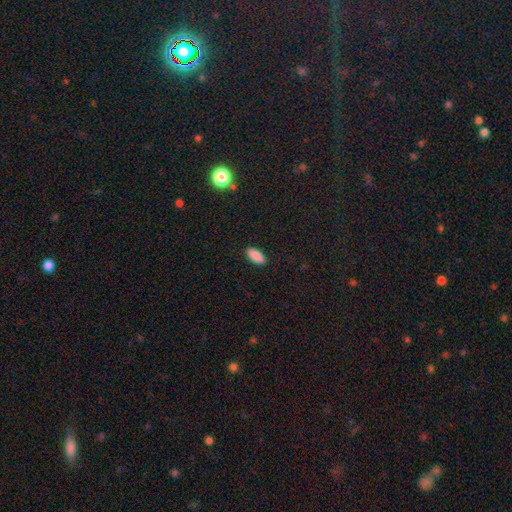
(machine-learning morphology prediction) This is clearly a smooth galaxy (90%). How rounded: clearly in between (91%). Merging: clearly none (90%).